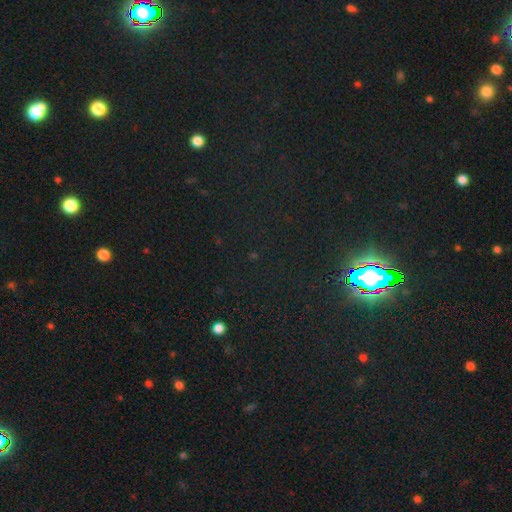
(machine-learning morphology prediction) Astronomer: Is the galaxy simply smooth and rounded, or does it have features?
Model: star or artifact — 81%.